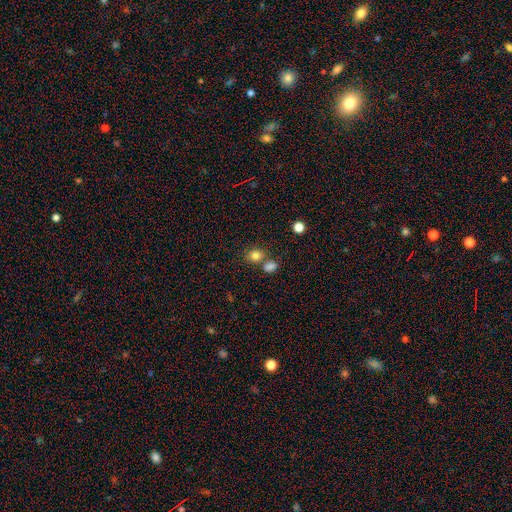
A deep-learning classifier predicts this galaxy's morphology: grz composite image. It shows a smooth galaxy with no disk features (82%) that is round (68%). Merging: none (63%).